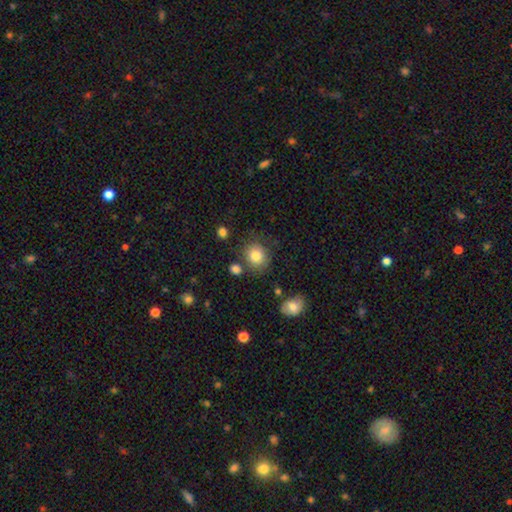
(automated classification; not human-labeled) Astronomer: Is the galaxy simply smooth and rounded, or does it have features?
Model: smooth — 83%.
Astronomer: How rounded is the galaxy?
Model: round — 79%.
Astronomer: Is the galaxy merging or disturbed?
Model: none — 77%.